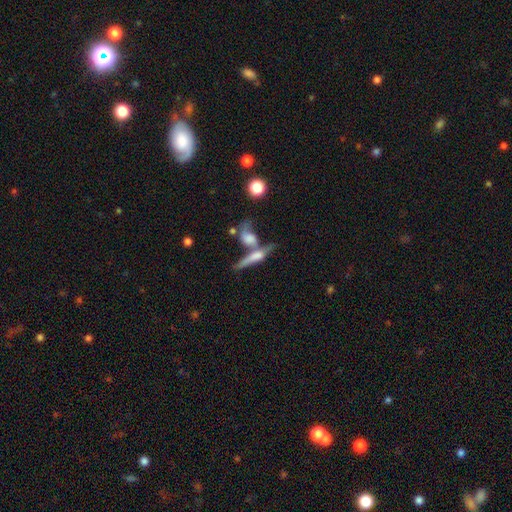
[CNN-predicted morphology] A featured or disk galaxy (46%). Merging: merger (51%).